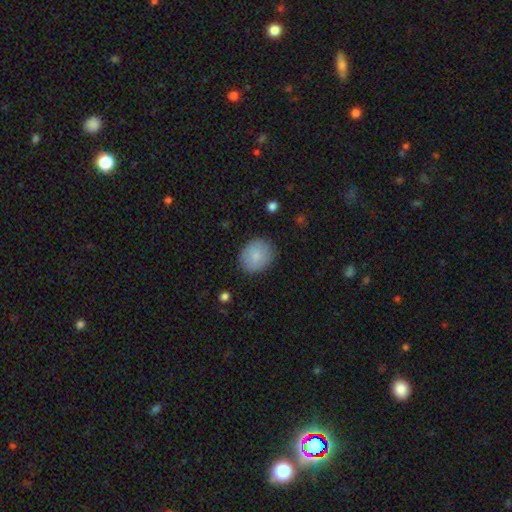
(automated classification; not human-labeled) Smooth or featured: smooth — 86% (featured or disk — 8%)
How rounded: round — 57% (in between — 42%)
Merging: none — 85% (minor disturbance — 11%)